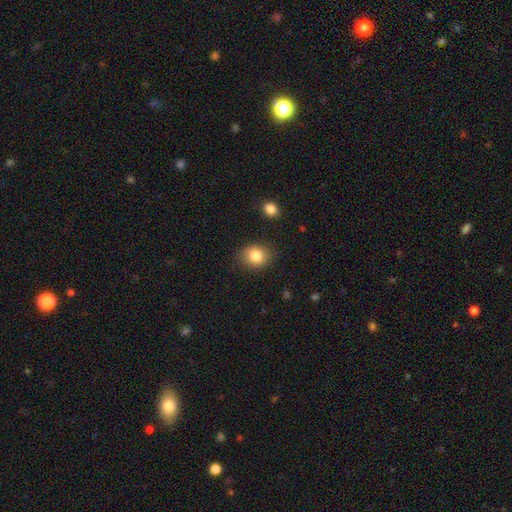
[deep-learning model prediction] Smooth or featured?
  - smooth: 84% *
  - star or artifact: 9%
  - featured or disk: 7%
How rounded?
  - round: 59% *
  - in between: 40%
  - cigar-shaped: 1%
Merging?
  - none: 84% *
  - minor disturbance: 11%
  - major disturbance: 3%
  - merger: 2%